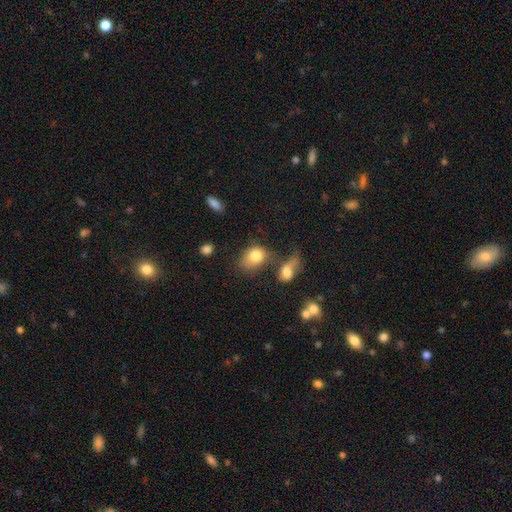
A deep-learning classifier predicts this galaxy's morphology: This is likely a smooth galaxy (79%). How rounded: likely in between (69%). Merging: marginally merger (32%).